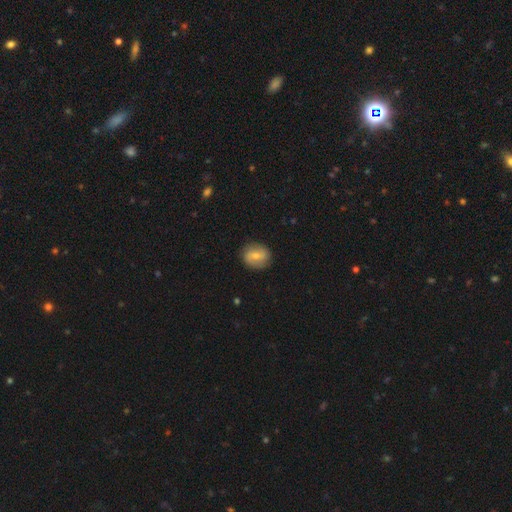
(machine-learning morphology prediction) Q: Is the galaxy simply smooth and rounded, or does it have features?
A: smooth — 54%.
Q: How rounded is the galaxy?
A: round — 63%.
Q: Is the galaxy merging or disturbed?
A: none — 83%.